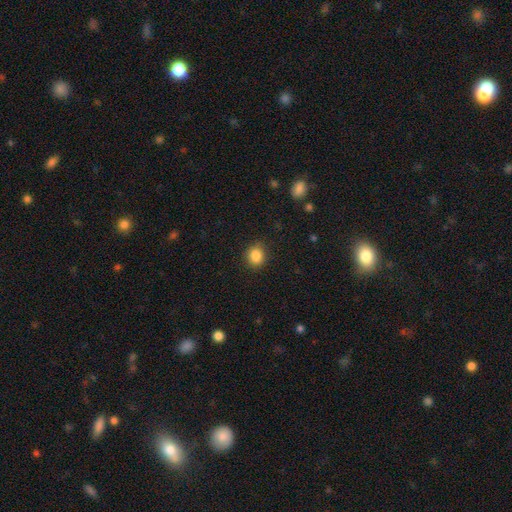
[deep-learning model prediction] A smooth galaxy with no disk features (86%) that is round (78%). Merging: none (88%).